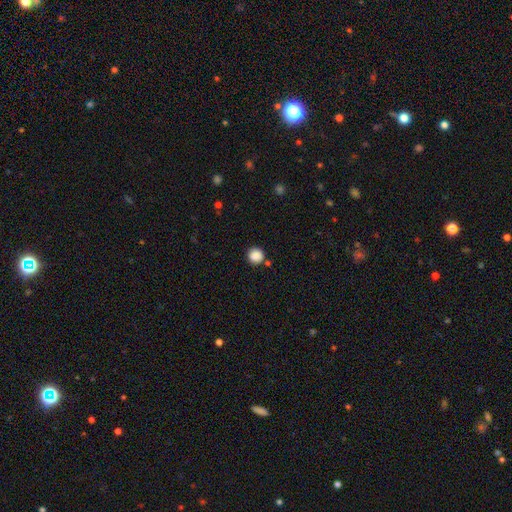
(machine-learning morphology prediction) Smooth or featured? Predicted: smooth (p=0.87). How rounded? Predicted: round (p=0.93). Merging? Predicted: none (p=0.82).